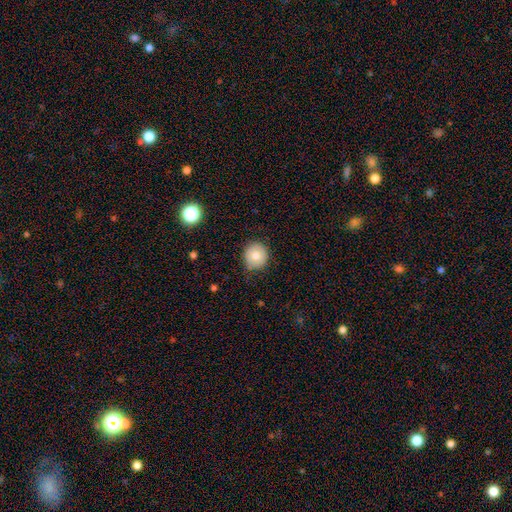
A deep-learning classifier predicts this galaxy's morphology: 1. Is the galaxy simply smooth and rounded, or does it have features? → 80% smooth, 11% featured or disk, 9% star or artifact.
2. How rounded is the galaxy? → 89% round, 10% in between, 1% cigar-shaped.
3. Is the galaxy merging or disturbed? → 80% none, 16% minor disturbance, 3% major disturbance, 1% merger.